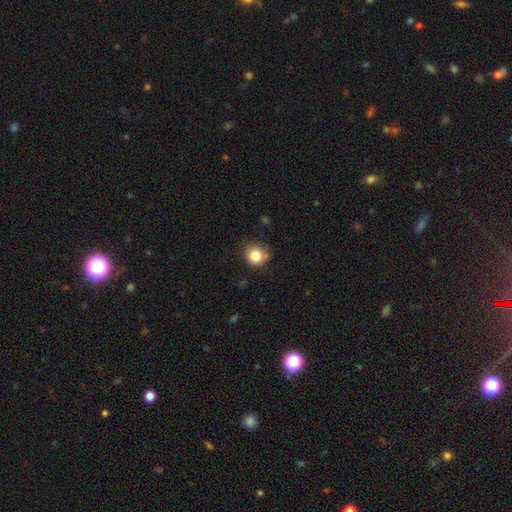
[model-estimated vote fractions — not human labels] Q: Smooth or featured?
A: smooth (83%); runner-up: star or artifact (11%)
Q: How rounded?
A: round (86%); runner-up: in between (13%)
Q: Merging?
A: none (71%); runner-up: minor disturbance (21%)